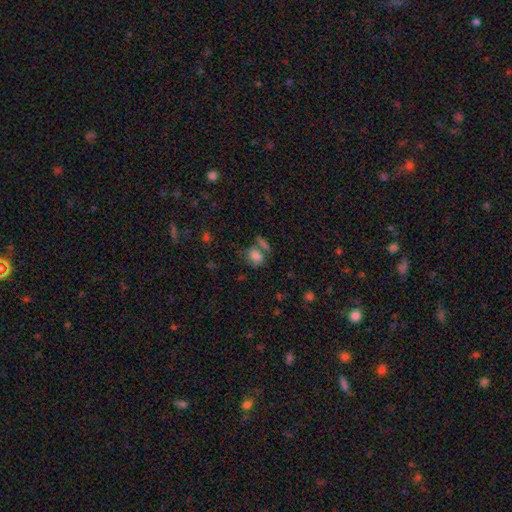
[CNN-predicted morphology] Smooth or featured? Predicted: smooth (p=0.76). How rounded? Predicted: in between (p=0.67). Merging? Predicted: none (p=0.46).